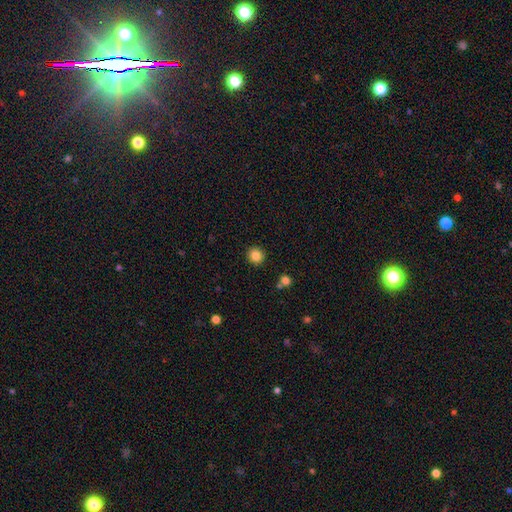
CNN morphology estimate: A smooth galaxy with no disk features (84%) that is round (94%). Merging: none (92%).